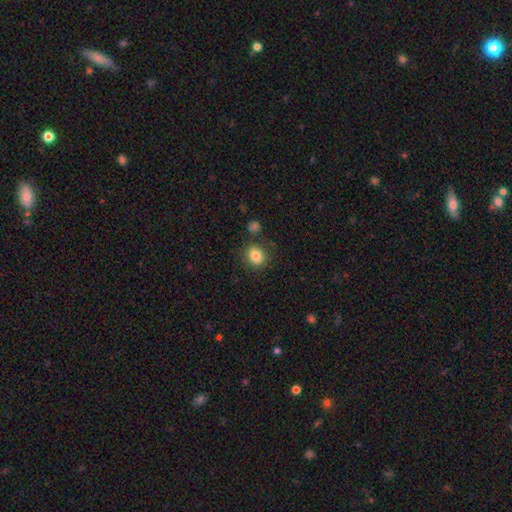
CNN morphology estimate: Smooth or featured? Predicted: smooth (p=0.83). How rounded? Predicted: round (p=0.68). Merging? Predicted: none (p=0.81).